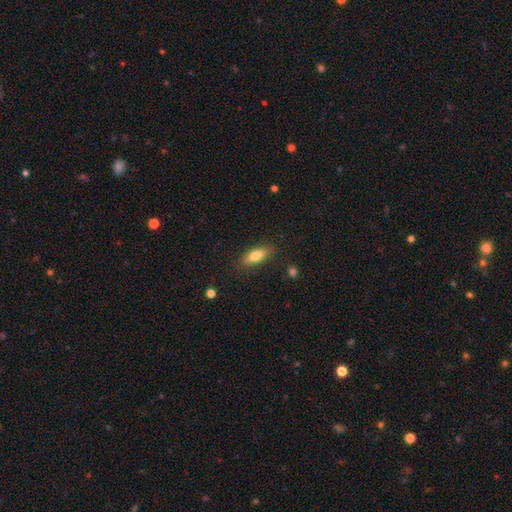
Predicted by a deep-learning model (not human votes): Smooth or featured? smooth (77%)
How rounded? in between (72%)
Merging? none (84%)